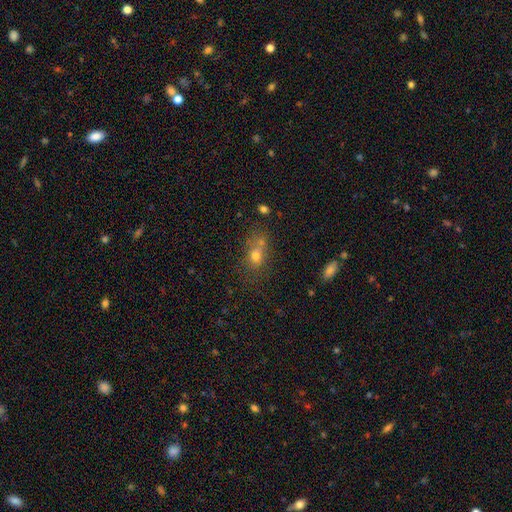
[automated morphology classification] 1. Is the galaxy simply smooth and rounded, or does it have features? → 67% smooth, 17% star or artifact, 16% featured or disk.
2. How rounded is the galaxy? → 54% in between, 43% round, 3% cigar-shaped.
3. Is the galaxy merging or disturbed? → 43% none, 32% merger, 16% minor disturbance, 10% major disturbance.